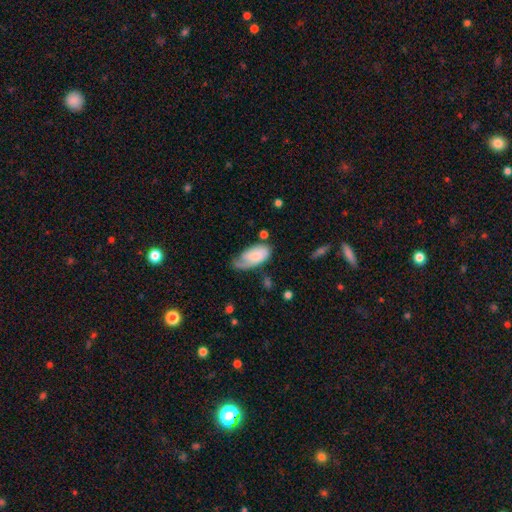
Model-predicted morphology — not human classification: The model was most divided on "merging": none: 36%, minor disturbance: 35%, major disturbance: 24%, merger: 4%. More confident: how rounded — in between (92%); smooth or featured — smooth (58%).